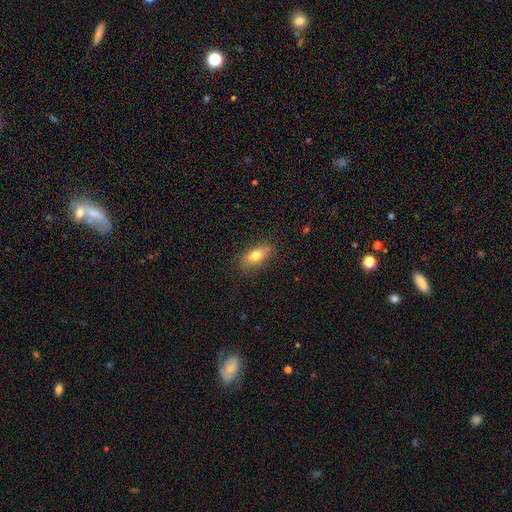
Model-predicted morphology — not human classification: The model was most divided on "smooth or featured": smooth: 74%, featured or disk: 17%, star or artifact: 9%. More confident: merging — none (82%); how rounded — in between (81%).